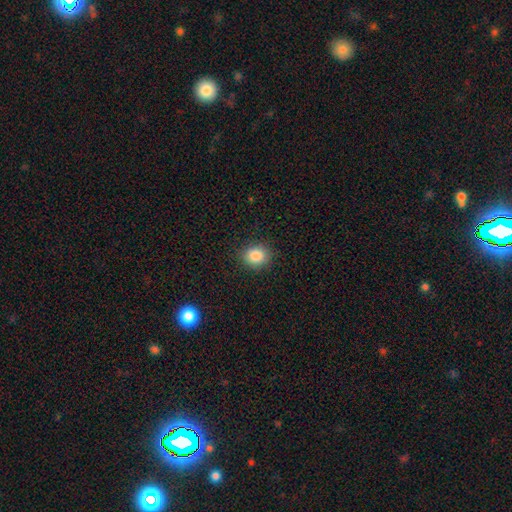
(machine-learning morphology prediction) Smooth or featured? Predicted: smooth (p=0.86). How rounded? Predicted: round (p=0.65). Merging? Predicted: none (p=0.87).